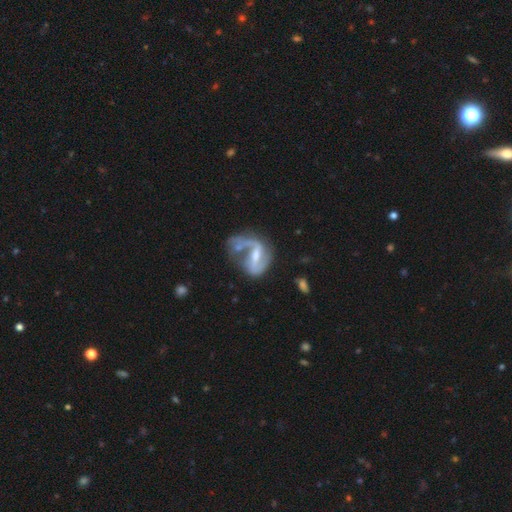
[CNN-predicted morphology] A featured or disk galaxy (83%) with a strong bar (46%), 2 (73%) loose (48%) spiral arms (87%) and a moderate central bulge (46%). Merging: none (35%).